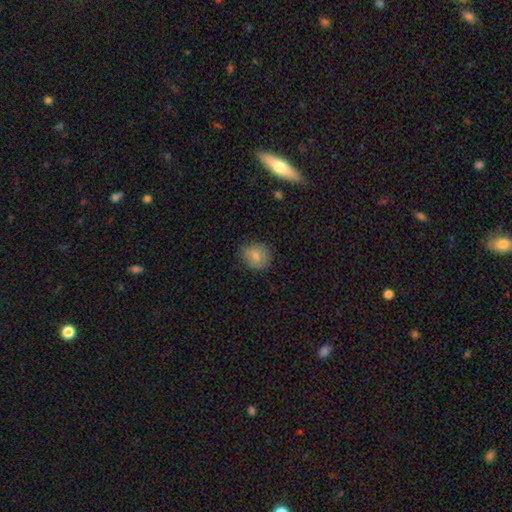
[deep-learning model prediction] Overall: smooth (78%). How rounded: round (72%). Merging: none (74%).